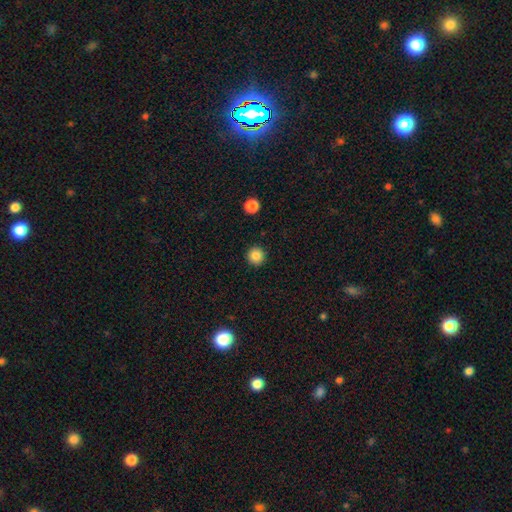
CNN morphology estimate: Overall: smooth (85%). How rounded: round (95%). Merging: none (92%).